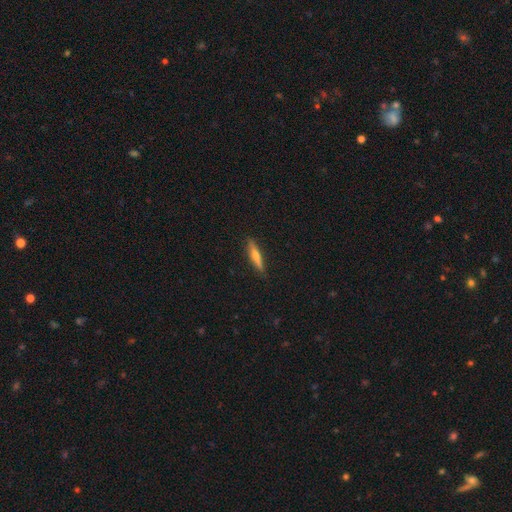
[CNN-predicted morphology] This is possibly a smooth galaxy (50%). How rounded: clearly cigar-shaped (87%). Merging: clearly none (88%).